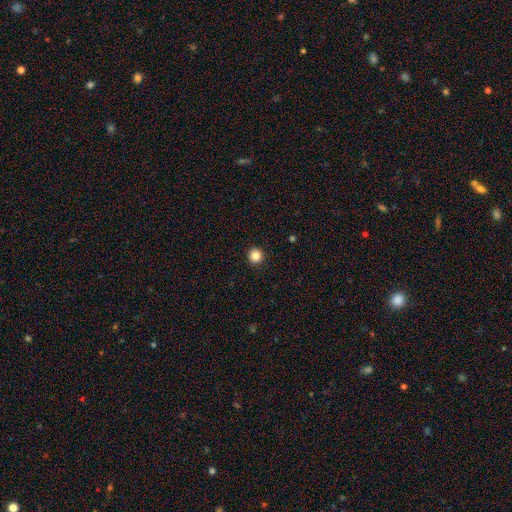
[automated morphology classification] Smooth or featured: smooth — 84% (star or artifact — 11%)
How rounded: round — 95% (in between — 4%)
Merging: none — 93% (minor disturbance — 4%)